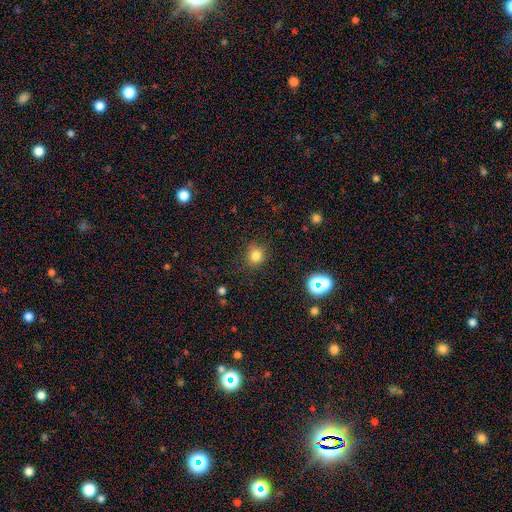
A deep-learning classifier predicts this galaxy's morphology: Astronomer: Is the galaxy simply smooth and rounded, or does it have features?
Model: smooth — 79%.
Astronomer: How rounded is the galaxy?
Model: round — 87%.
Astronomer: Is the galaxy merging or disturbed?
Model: none — 84%.